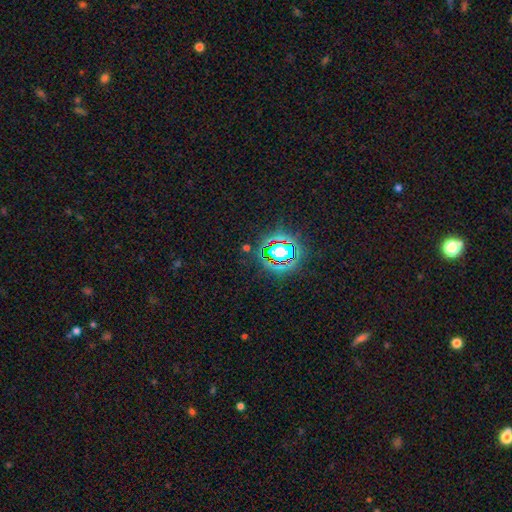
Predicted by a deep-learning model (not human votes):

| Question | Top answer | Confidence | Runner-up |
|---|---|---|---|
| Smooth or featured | star or artifact | 80% | smooth (12%) |